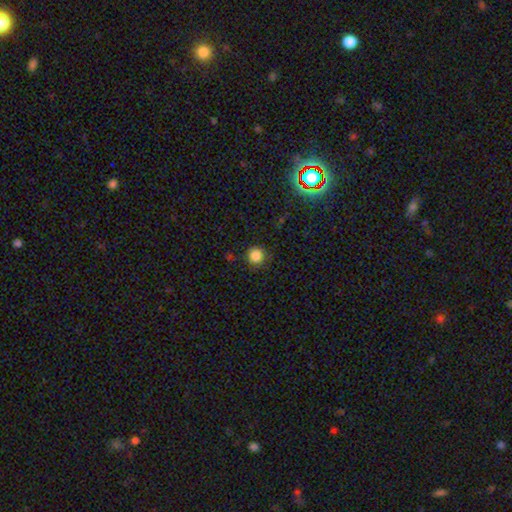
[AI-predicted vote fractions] Smooth or featured? Predicted: smooth (p=0.85). How rounded? Predicted: round (p=0.94). Merging? Predicted: none (p=0.87).